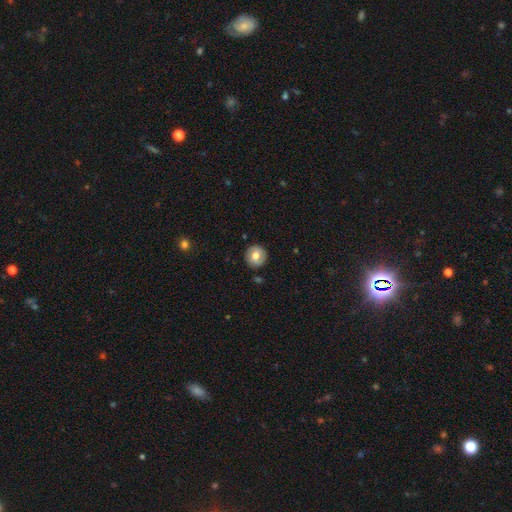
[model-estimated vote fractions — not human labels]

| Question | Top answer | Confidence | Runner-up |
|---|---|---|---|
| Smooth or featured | smooth | 65% | featured or disk (27%) |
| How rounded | round | 92% | in between (7%) |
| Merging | none | 88% | minor disturbance (8%) |